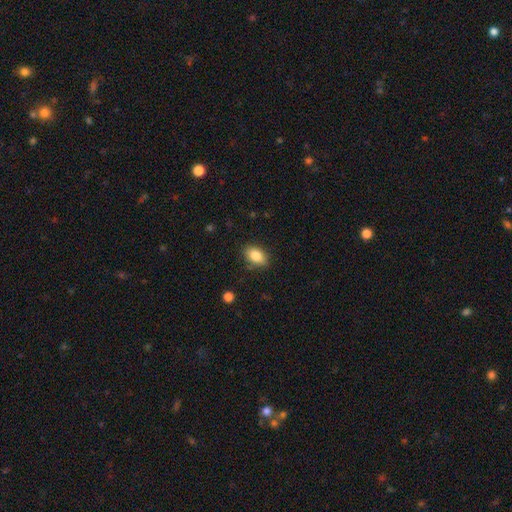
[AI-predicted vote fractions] Overall: smooth (84%). How rounded: in between (87%). Merging: none (84%).